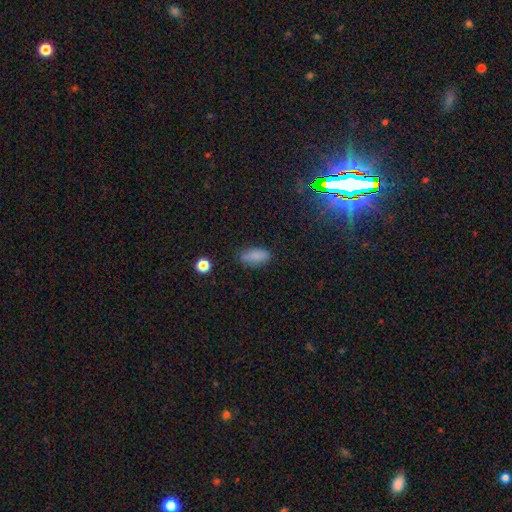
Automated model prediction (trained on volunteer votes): Q: Smooth or featured?
A: smooth (83%); runner-up: star or artifact (10%)
Q: How rounded?
A: in between (78%); runner-up: cigar-shaped (19%)
Q: Merging?
A: none (77%); runner-up: minor disturbance (16%)